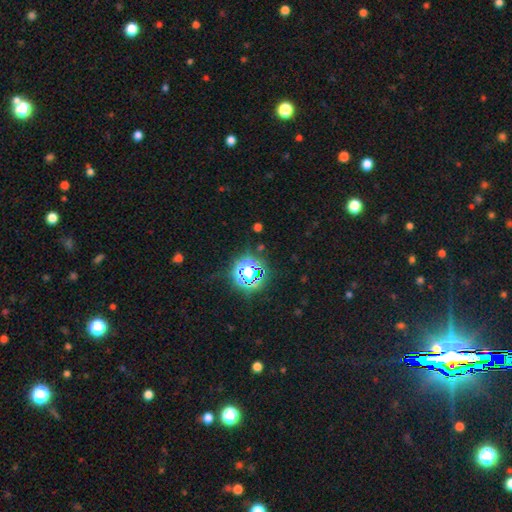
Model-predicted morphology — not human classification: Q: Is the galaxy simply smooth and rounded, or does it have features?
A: star or artifact — 82%.